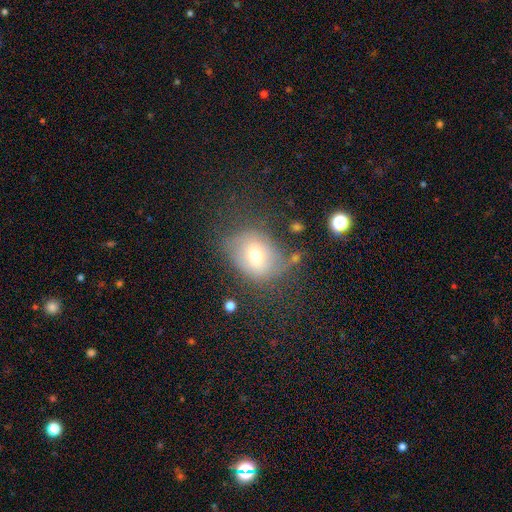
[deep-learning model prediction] Smooth or featured: smooth — 62% (featured or disk — 25%)
How rounded: in between — 53% (round — 46%)
Merging: none — 56% (minor disturbance — 25%)